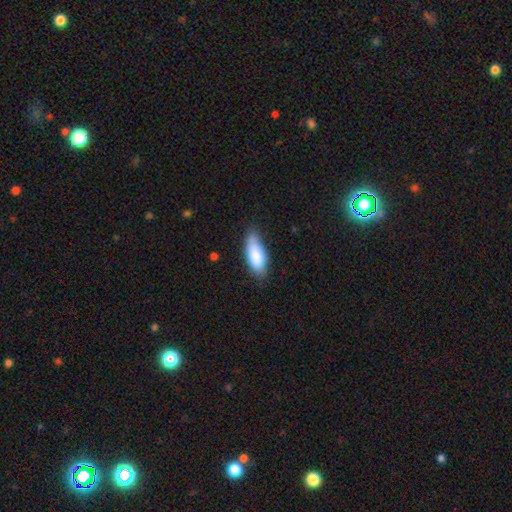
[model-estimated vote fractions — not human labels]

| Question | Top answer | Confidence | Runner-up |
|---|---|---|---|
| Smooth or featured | smooth | 81% | featured or disk (13%) |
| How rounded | in between | 81% | cigar-shaped (17%) |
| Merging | none | 70% | minor disturbance (25%) |